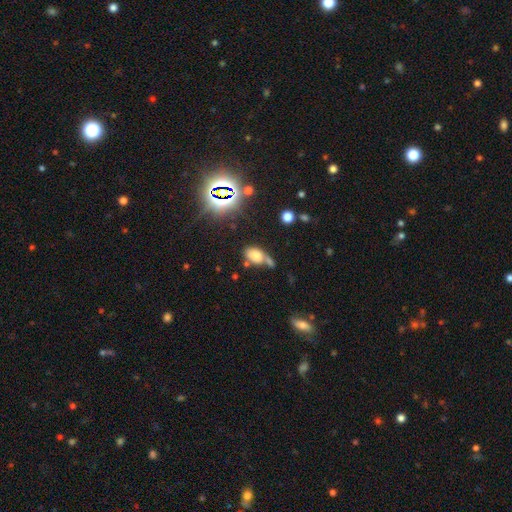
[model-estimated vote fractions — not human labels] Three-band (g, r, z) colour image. It shows a smooth galaxy with no disk features (69%) that is in between round and cigar-shaped (83%). Merging: none (39%).